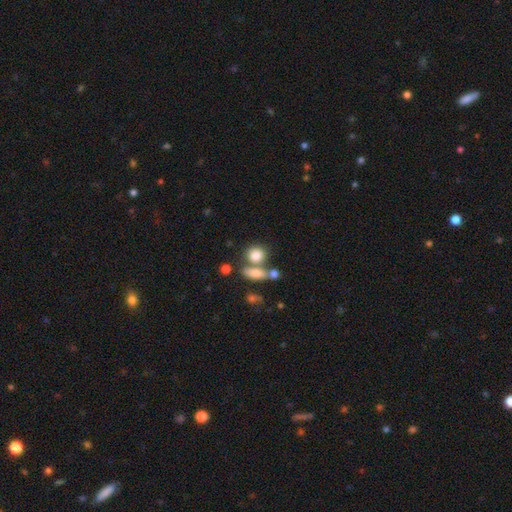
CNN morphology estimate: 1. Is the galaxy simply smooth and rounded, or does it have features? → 80% smooth, 11% featured or disk, 10% star or artifact.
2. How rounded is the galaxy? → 66% round, 31% in between, 3% cigar-shaped.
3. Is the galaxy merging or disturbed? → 52% none, 32% merger, 11% minor disturbance, 5% major disturbance.